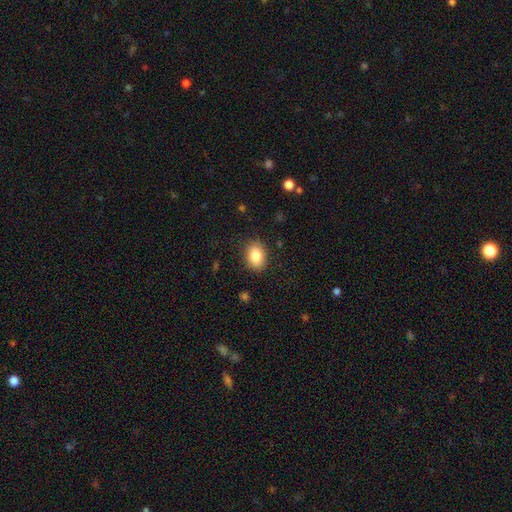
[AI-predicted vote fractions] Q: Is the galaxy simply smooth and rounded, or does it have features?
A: smooth — 86%.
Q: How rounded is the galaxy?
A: in between — 75%.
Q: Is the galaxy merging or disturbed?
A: none — 86%.